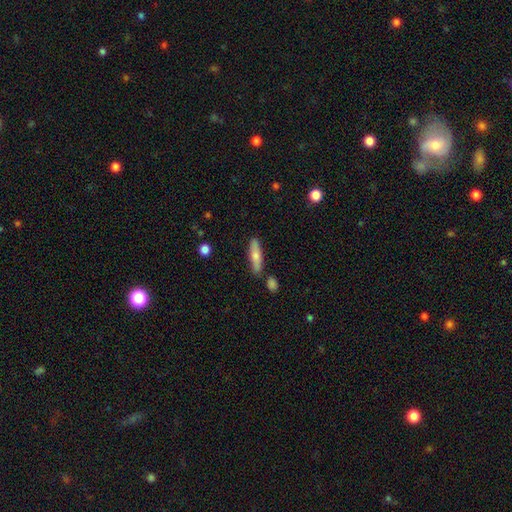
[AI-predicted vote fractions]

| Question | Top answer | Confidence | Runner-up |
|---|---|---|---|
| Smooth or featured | smooth | 66% | featured or disk (28%) |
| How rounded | cigar-shaped | 70% | in between (28%) |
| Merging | none | 81% | minor disturbance (12%) |